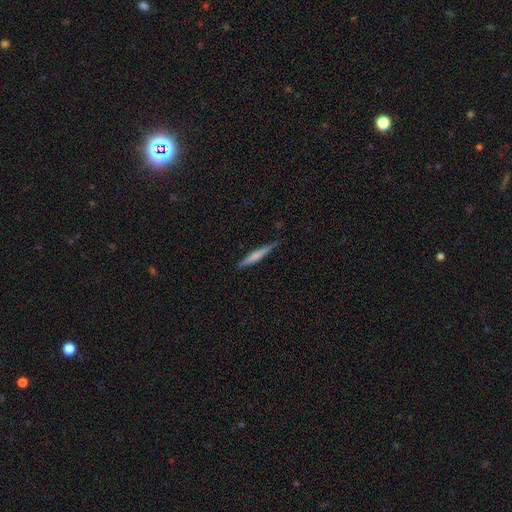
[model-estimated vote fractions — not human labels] A smooth galaxy with no disk features (55%) that is cigar-shaped (94%). Merging: none (82%).